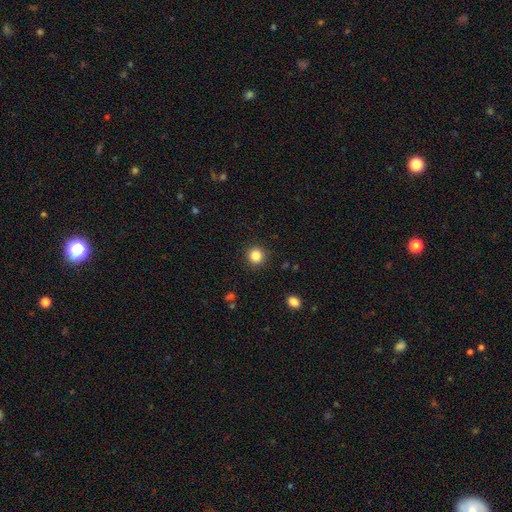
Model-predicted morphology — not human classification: This is clearly a smooth galaxy (84%). How rounded: clearly round (93%). Merging: clearly none (90%).